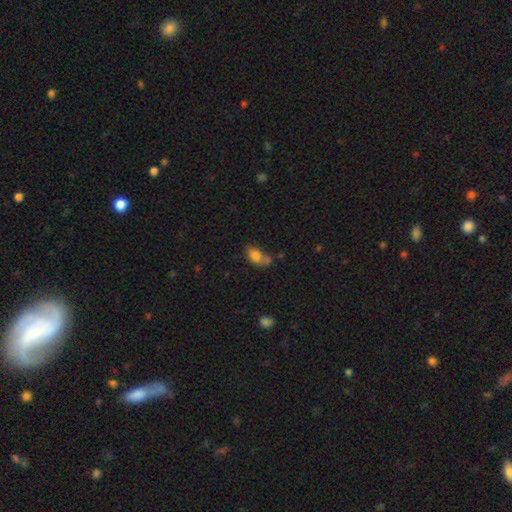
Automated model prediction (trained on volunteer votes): Smooth or featured? smooth (79%)
How rounded? in between (82%)
Merging? merger (46%)